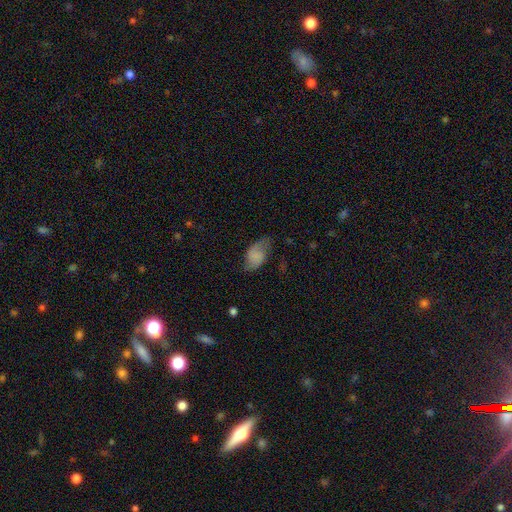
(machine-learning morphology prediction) smooth-or-featured: smooth: 45% (tied) | featured or disk: 45% (tied) | star or artifact: 10%
  merging: none: 58% | minor disturbance: 26% | major disturbance: 14% | merger: 2%